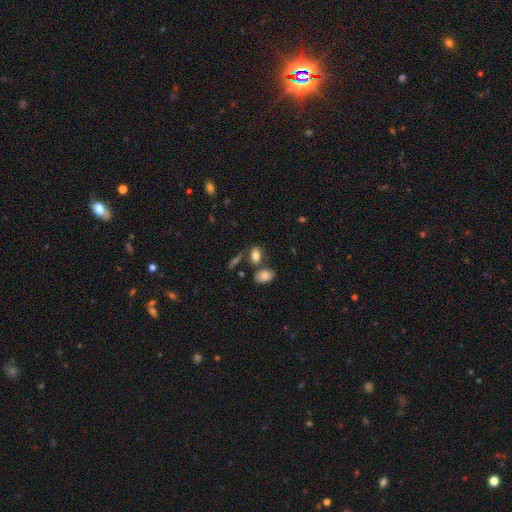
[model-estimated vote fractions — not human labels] Smooth or featured?
  - smooth: 82% *
  - featured or disk: 9%
  - star or artifact: 9%
How rounded?
  - in between: 85% *
  - round: 11%
  - cigar-shaped: 4%
Merging?
  - none: 62% *
  - merger: 20%
  - minor disturbance: 13%
  - major disturbance: 5%